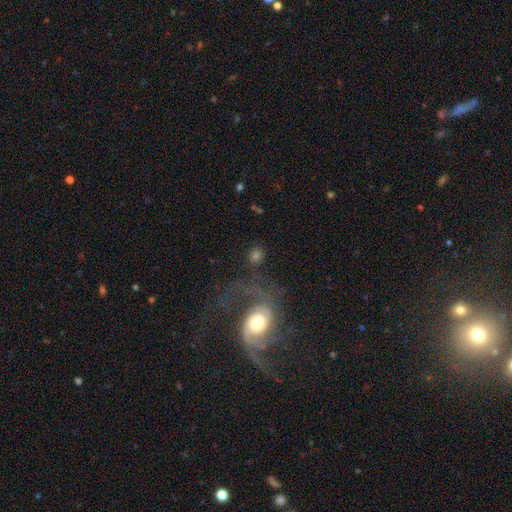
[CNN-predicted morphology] This is possibly a smooth galaxy (48%). Merging: possibly none (56%).